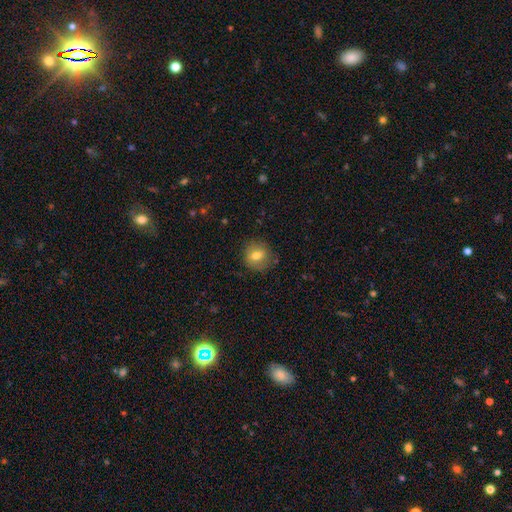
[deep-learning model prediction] Q: Smooth or featured?
A: smooth (73%); runner-up: featured or disk (18%)
Q: How rounded?
A: round (81%); runner-up: in between (18%)
Q: Merging?
A: none (81%); runner-up: minor disturbance (14%)